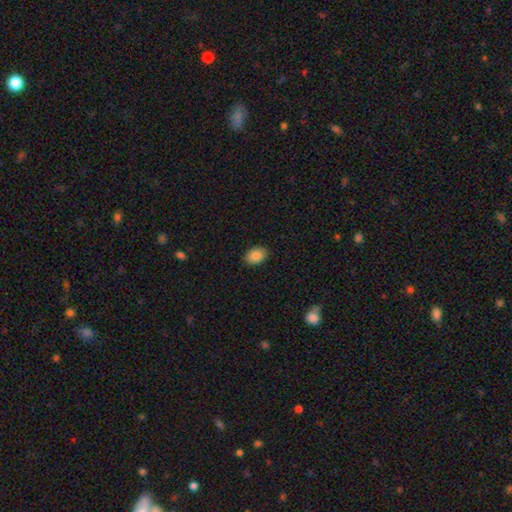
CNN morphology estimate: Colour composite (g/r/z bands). It shows a smooth galaxy with no disk features (85%) that is in between round and cigar-shaped (81%). Merging: none (89%).